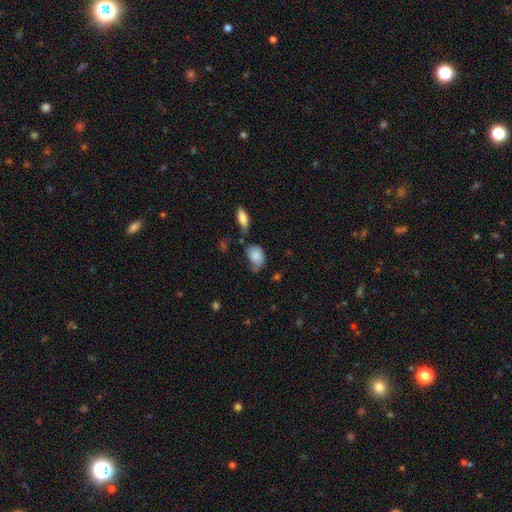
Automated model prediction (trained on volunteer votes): smooth-or-featured: smooth: 77% | featured or disk: 15% | star or artifact: 8%
  how-rounded: in between: 71% | round: 27% | cigar-shaped: 2%
  merging: none: 40% | minor disturbance: 36% | major disturbance: 16% | merger: 8%